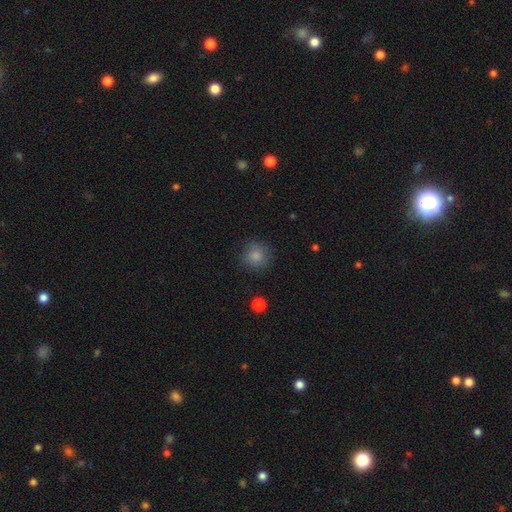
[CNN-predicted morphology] The model was most divided on "merging": none: 83%, minor disturbance: 12%, major disturbance: 4%, merger: 1%. More confident: how rounded — round (91%); smooth or featured — smooth (84%).